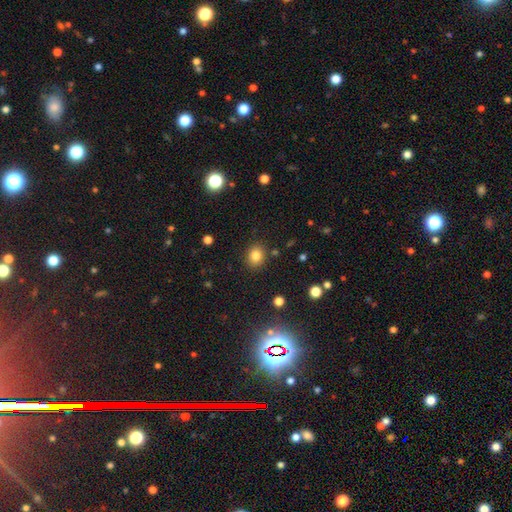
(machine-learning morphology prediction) This is clearly a smooth galaxy (81%). How rounded: likely round (64%). Merging: clearly none (87%).